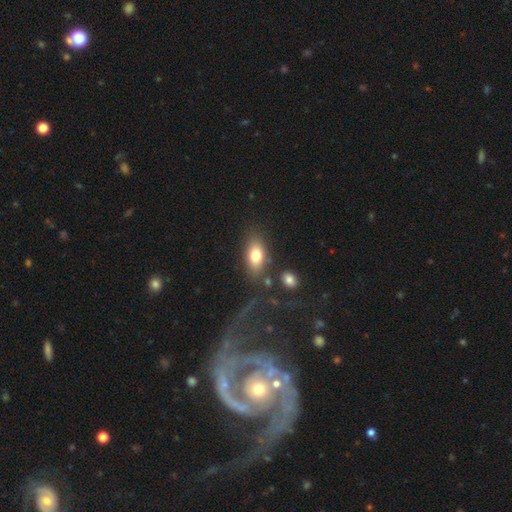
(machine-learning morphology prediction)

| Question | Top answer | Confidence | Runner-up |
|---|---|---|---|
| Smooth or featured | smooth | 76% | featured or disk (15%) |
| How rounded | in between | 86% | round (8%) |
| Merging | none | 74% | minor disturbance (13%) |